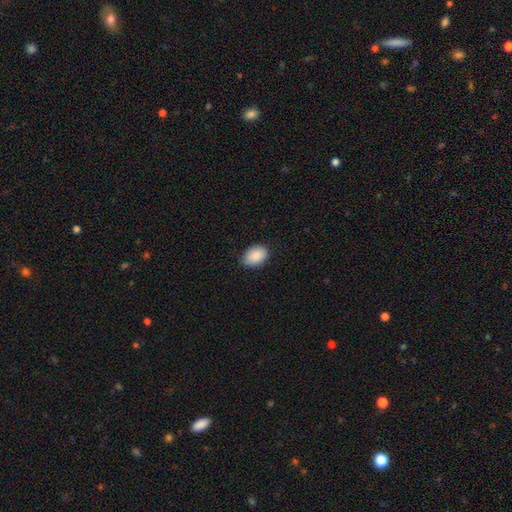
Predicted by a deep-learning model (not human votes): Smooth or featured? Predicted: smooth (p=0.89). How rounded? Predicted: in between (p=0.81). Merging? Predicted: none (p=0.81).